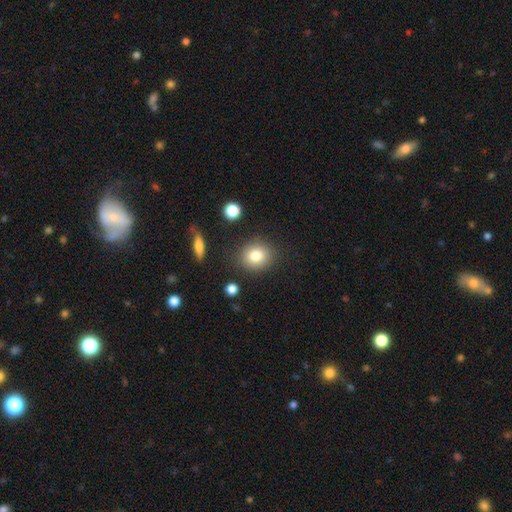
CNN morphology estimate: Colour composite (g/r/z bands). It shows a smooth galaxy with no disk features (81%) that is round (72%). Merging: none (84%).